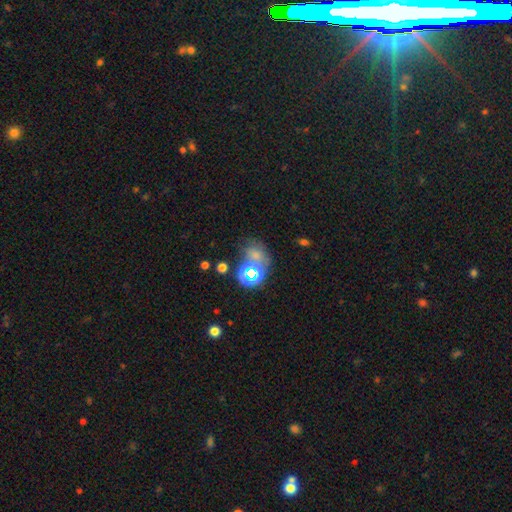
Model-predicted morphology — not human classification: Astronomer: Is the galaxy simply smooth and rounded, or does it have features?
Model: smooth — 52% (runner-up: star or artifact, 35%).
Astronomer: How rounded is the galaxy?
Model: round — 54% (runner-up: in between, 45%).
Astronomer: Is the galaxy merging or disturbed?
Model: none — 49% (runner-up: merger, 24%).